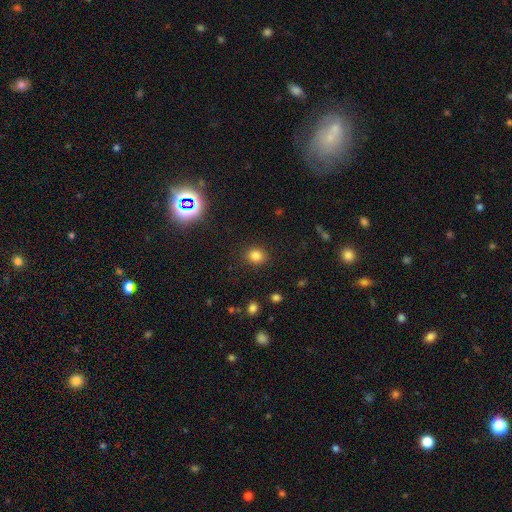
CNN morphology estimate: smooth-or-featured: smooth: 82% | star or artifact: 13% | featured or disk: 5%
  how-rounded: round: 73% | in between: 26% | cigar-shaped: 1%
  merging: none: 89% | minor disturbance: 7% | major disturbance: 3% | merger: 1%